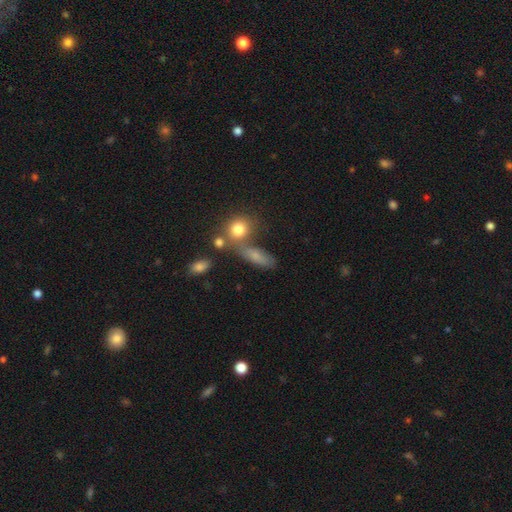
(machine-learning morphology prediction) Overall: smooth (72%). How rounded: in between (51%; cigar-shaped 32%). Merging: none (50%; merger 26%).